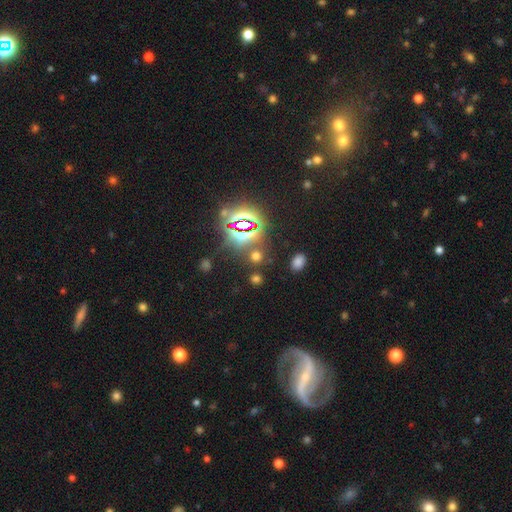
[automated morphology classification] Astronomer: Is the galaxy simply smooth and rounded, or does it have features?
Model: smooth — 48% (runner-up: star or artifact, 45%).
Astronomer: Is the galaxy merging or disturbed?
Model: none — 77%.